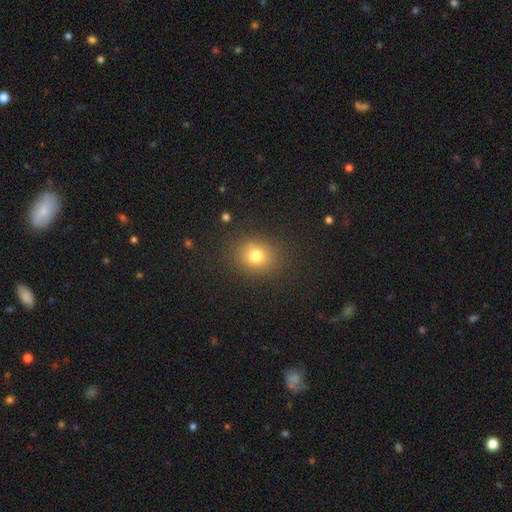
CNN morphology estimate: A smooth galaxy with no disk features (76%) that is round (66%).

Vote fractions:
- Smooth or featured? smooth: 76% / star or artifact: 15% / featured or disk: 9%
- How rounded? round: 66% / in between: 33% / cigar-shaped: 1%
- Merging? none: 85% / minor disturbance: 9% / major disturbance: 4% / merger: 2%